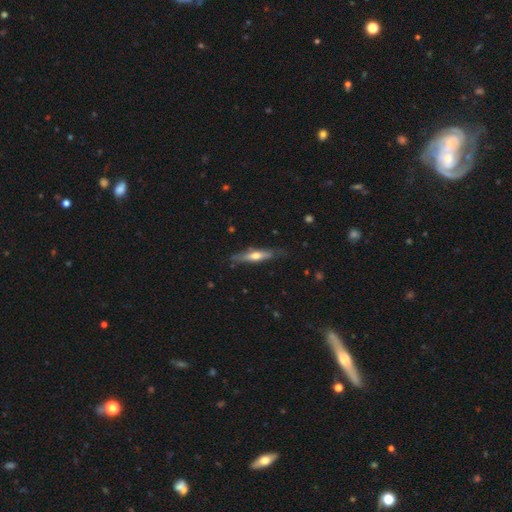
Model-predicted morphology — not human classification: Smooth or featured? Predicted: featured or disk (p=0.52). Edge-on disk? Predicted: yes (p=0.88). Merging? Predicted: none (p=0.76).